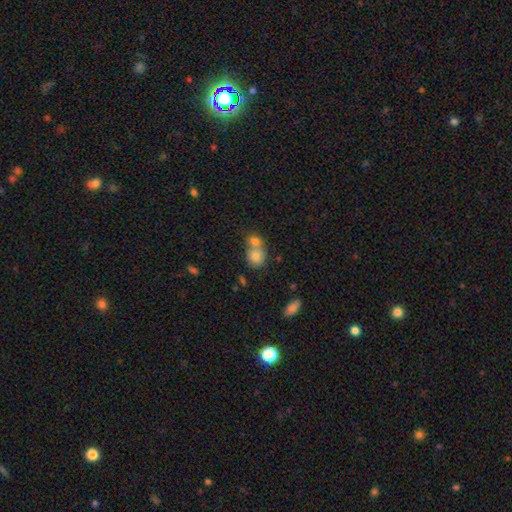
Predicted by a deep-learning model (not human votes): Q: Smooth or featured?
A: smooth (77%); runner-up: featured or disk (12%)
Q: How rounded?
A: round (74%); runner-up: in between (25%)
Q: Merging?
A: merger (54%); runner-up: none (36%)